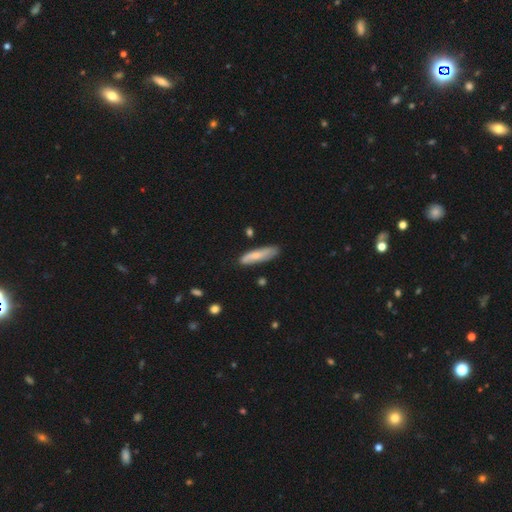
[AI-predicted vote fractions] Morphology: type=smooth (63%); roundness=cigar-shaped (72%); merging=none (77%).